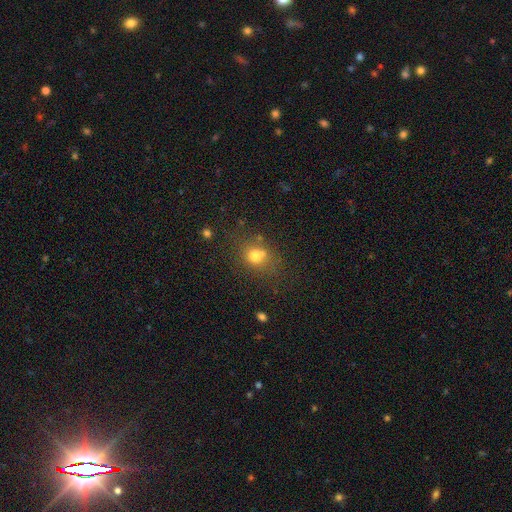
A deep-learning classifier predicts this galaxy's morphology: A smooth galaxy with no disk features (71%) that is round (63%).

Vote fractions:
- Smooth or featured? smooth: 71% / star or artifact: 15% / featured or disk: 13%
- How rounded? round: 63% / in between: 36% / cigar-shaped: 1%
- Merging? none: 49% / merger: 27% / minor disturbance: 16% / major disturbance: 8%